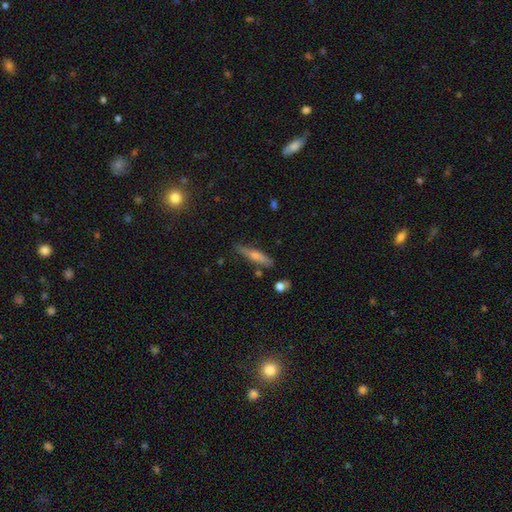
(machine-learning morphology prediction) A featured or disk galaxy (53%) viewed edge-on (94%). Merging: none (82%).